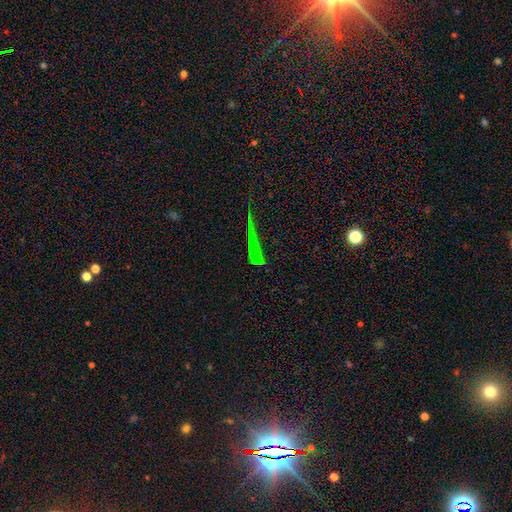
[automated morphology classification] type=star or artifact (65%).